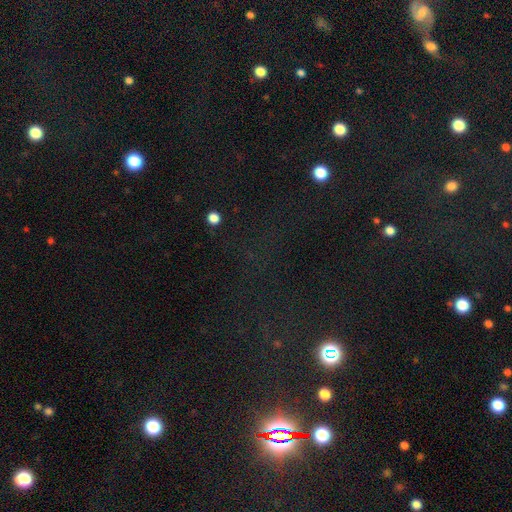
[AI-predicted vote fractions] Smooth or featured: star or artifact — 74% (smooth — 17%)